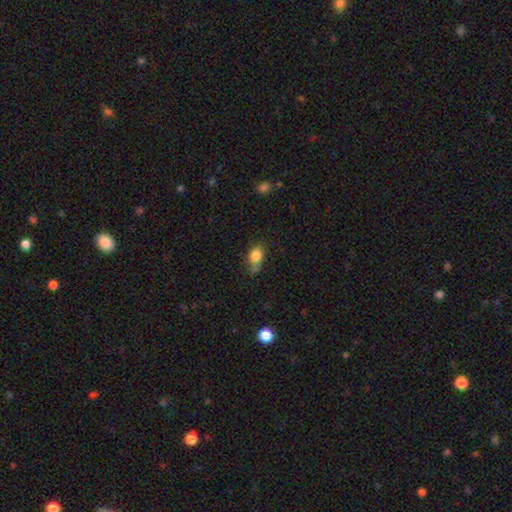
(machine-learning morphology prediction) Smooth or featured? smooth (82%)
How rounded? in between (58%)
Merging? none (54%)